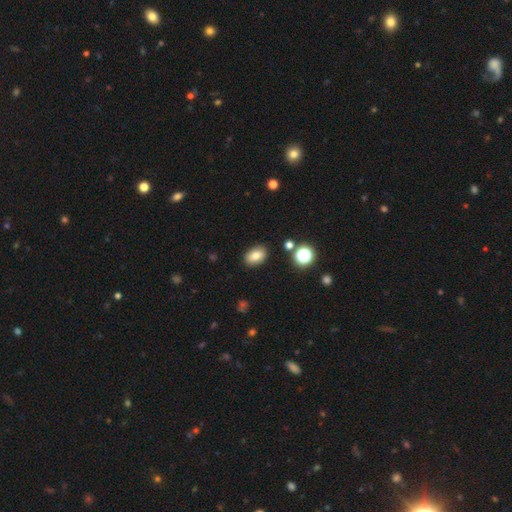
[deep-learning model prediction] A smooth galaxy with no disk features (77%) that is in between round and cigar-shaped (83%).

Vote fractions:
- Smooth or featured? smooth: 77% / featured or disk: 11% / star or artifact: 11%
- How rounded? in between: 83% / round: 15% / cigar-shaped: 2%
- Merging? none: 87% / minor disturbance: 8% / major disturbance: 2% / merger: 2%